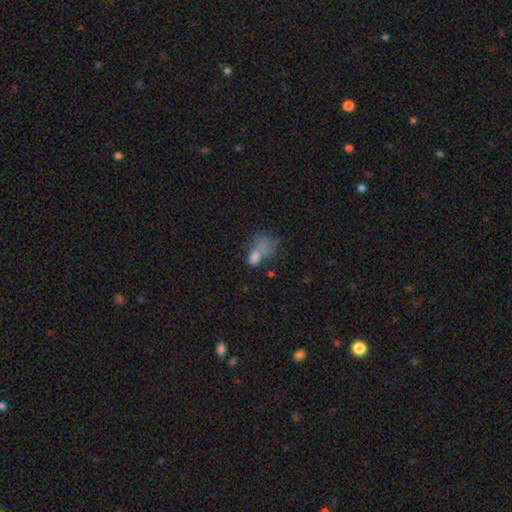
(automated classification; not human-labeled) Smooth or featured?
  - smooth: 63% *
  - featured or disk: 19%
  - star or artifact: 18%
How rounded?
  - in between: 74% *
  - round: 22%
  - cigar-shaped: 4%
Merging?
  - major disturbance: 30% *
  - merger: 29%
  - none: 25%
  - minor disturbance: 16%